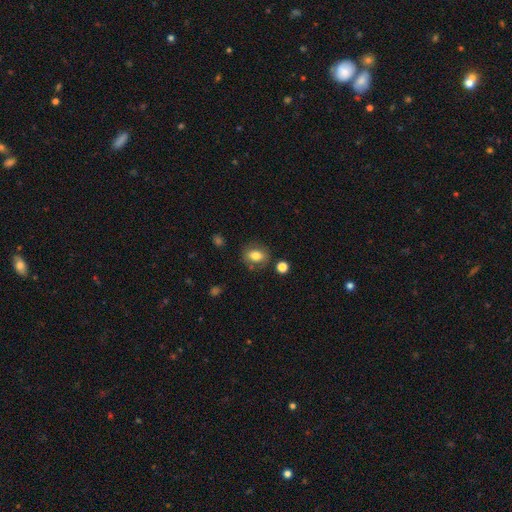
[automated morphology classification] Smooth or featured? Predicted: smooth (p=0.77). How rounded? Predicted: in between (p=0.61). Merging? Predicted: none (p=0.77).